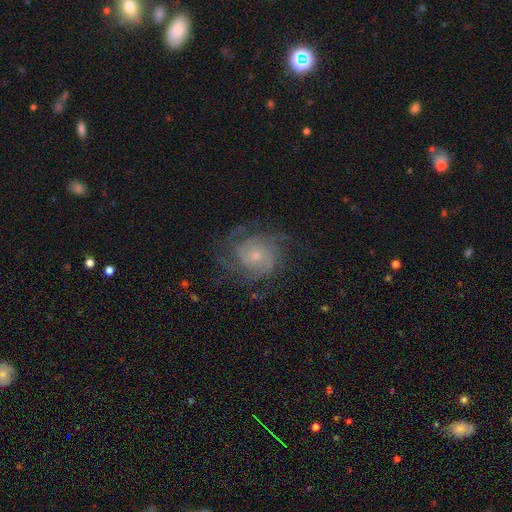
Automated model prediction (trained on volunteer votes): Morphology: type=featured or disk (78%); edge-on=no (98%); bar=no (74%); spiral arms=yes (93%); winding=tight (54%); arm count=can't tell (33%); bulge=small (62%); merging=none (71%).